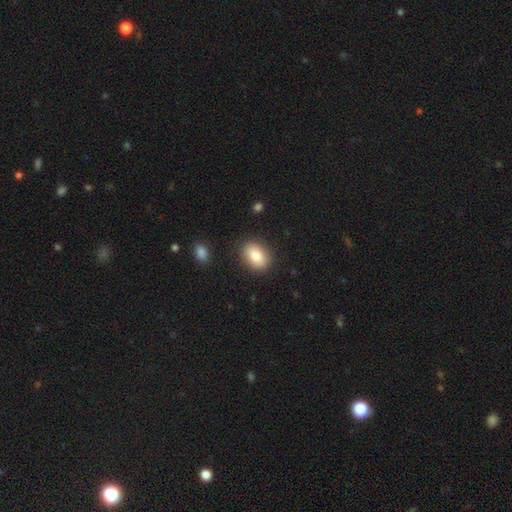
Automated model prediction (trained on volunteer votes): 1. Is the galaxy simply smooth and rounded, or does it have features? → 84% smooth, 9% featured or disk, 7% star or artifact.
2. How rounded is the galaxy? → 78% in between, 21% round, 1% cigar-shaped.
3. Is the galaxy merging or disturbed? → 87% none, 9% minor disturbance, 3% major disturbance, 1% merger.